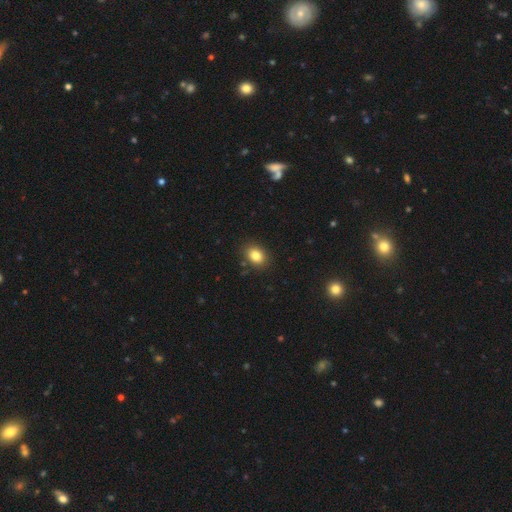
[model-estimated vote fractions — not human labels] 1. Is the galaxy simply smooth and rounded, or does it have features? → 83% smooth, 10% star or artifact, 6% featured or disk.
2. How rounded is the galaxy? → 63% in between, 36% round, 1% cigar-shaped.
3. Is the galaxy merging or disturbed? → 86% none, 10% minor disturbance, 2% major disturbance, 2% merger.